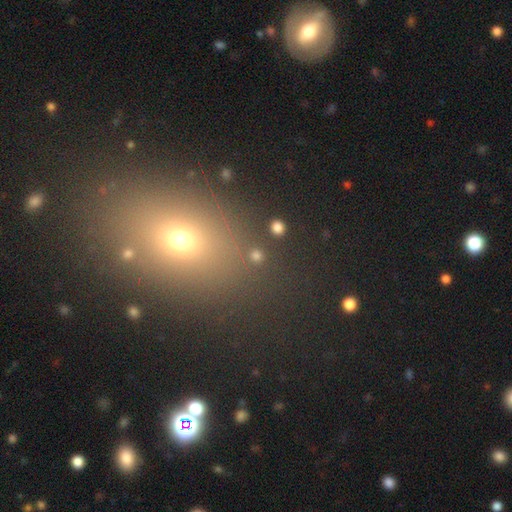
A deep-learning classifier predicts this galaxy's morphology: This is possibly a smooth galaxy (57%). How rounded: likely round (71%). Merging: likely none (80%).